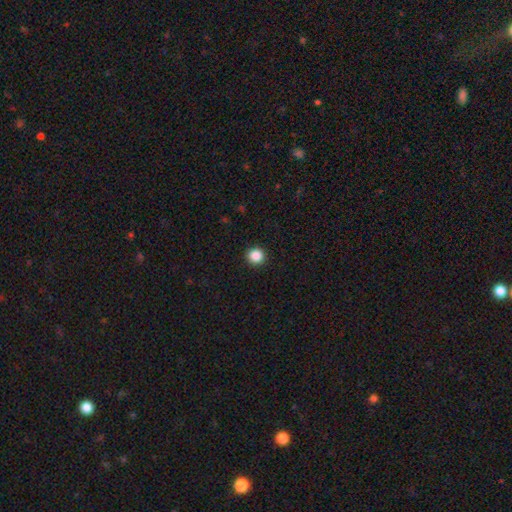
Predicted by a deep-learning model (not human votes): smooth_or_featured: smooth (p=0.87) [alt: star or artifact p=0.10]
how_rounded: round (p=0.95) [alt: in between p=0.04]
merging: none (p=0.93) [alt: minor disturbance p=0.04]